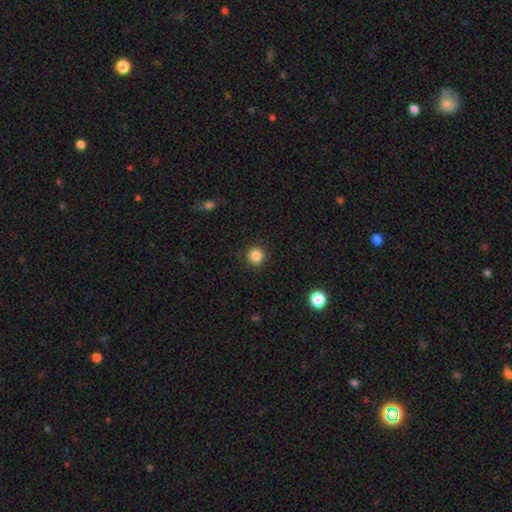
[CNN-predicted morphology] This is clearly a smooth galaxy (85%). How rounded: clearly round (93%). Merging: clearly none (91%).